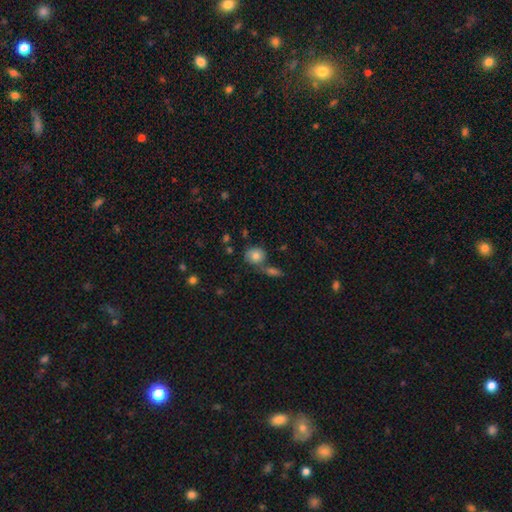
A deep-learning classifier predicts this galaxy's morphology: Smooth or featured? smooth (80%)
How rounded? round (71%)
Merging? none (58%)